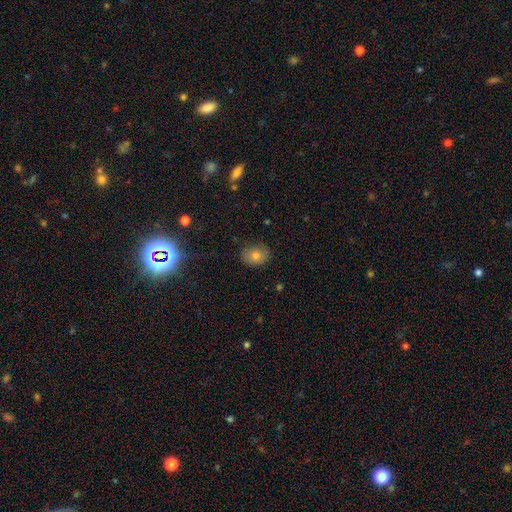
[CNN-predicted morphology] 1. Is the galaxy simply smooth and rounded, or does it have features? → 75% smooth, 14% star or artifact, 11% featured or disk.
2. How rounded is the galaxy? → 58% in between, 41% round, 1% cigar-shaped.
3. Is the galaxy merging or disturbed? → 82% none, 14% minor disturbance, 3% major disturbance, 1% merger.